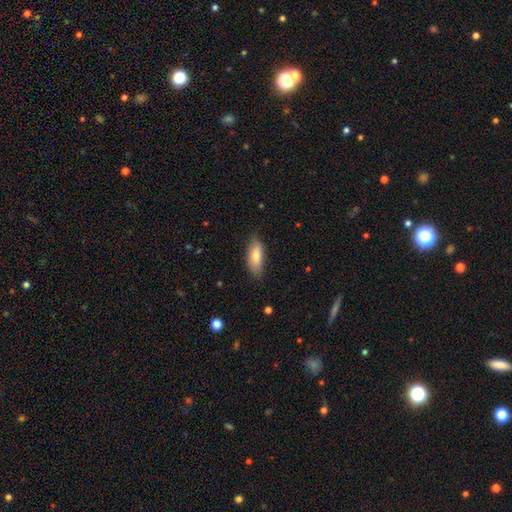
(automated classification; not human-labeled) Smooth or featured?
  - smooth: 77% *
  - featured or disk: 17%
  - star or artifact: 6%
How rounded?
  - in between: 74% *
  - cigar-shaped: 23%
  - round: 2%
Merging?
  - none: 81% *
  - minor disturbance: 15%
  - major disturbance: 3%
  - merger: 1%